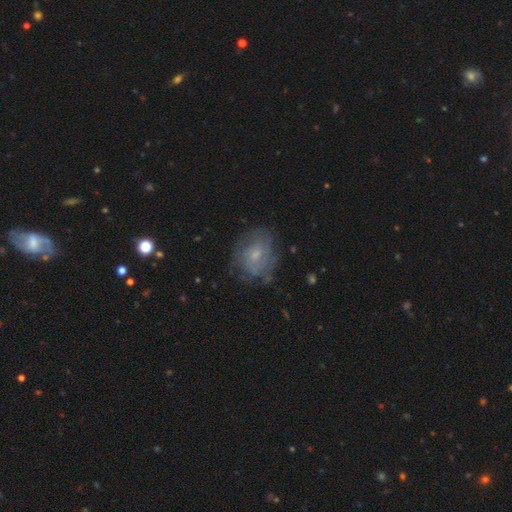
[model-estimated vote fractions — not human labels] The model was most divided on "smooth or featured": featured or disk: 53%, smooth: 36%, star or artifact: 11%. More confident: edge-on disk — no (97%); bar — no (70%); merging — none (67%); spiral arms — yes (66%); bulge size — small (62%).